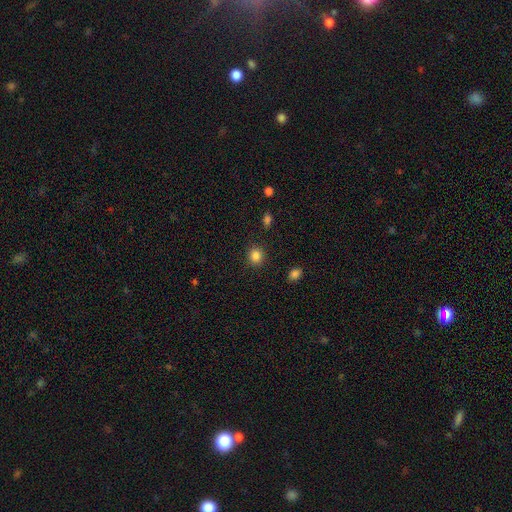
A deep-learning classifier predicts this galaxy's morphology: smooth 86%, star or artifact 11%, featured or disk 4%. Down the decision tree: how rounded — round (83%); merging — none (89%).